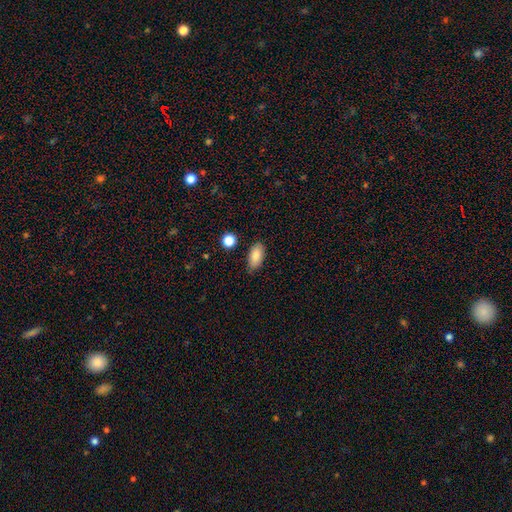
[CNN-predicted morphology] A smooth galaxy with no disk features (86%) that is in between round and cigar-shaped (91%).

Vote fractions:
- Smooth or featured? smooth: 86% / star or artifact: 7% / featured or disk: 7%
- How rounded? in between: 91% / cigar-shaped: 6% / round: 4%
- Merging? none: 83% / minor disturbance: 12% / major disturbance: 2% / merger: 2%